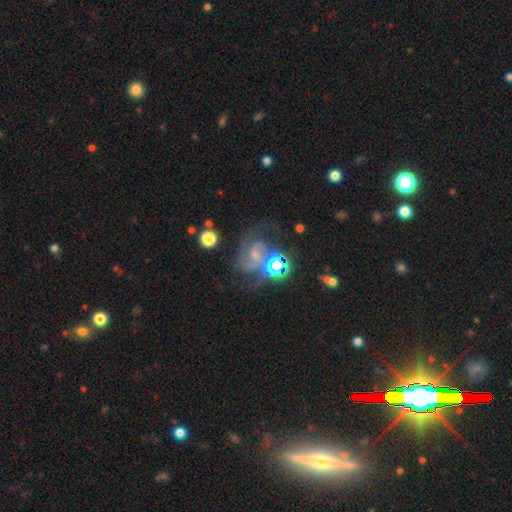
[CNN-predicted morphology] featured or disk 66%, star or artifact 20%, smooth 14%. Down the decision tree: edge-on disk — no (97%); bar — no (48%); spiral arms — yes (92%); spiral arm count — 2 (67%); spiral winding — medium (53%); bulge size — small (45%); merging — none (45%).